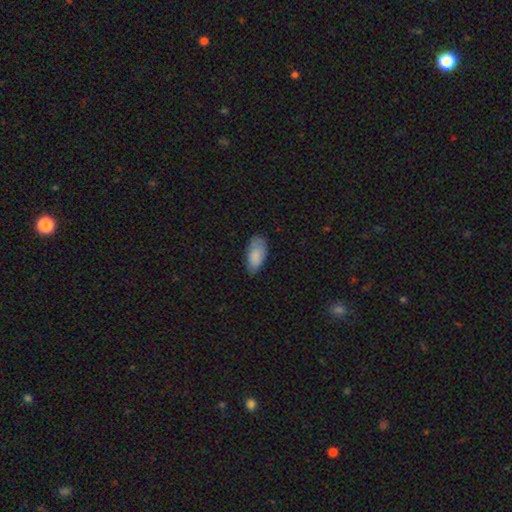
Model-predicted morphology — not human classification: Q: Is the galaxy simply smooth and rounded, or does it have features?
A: smooth — 86%.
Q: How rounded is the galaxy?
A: in between — 92%.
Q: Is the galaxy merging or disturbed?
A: none — 71%.